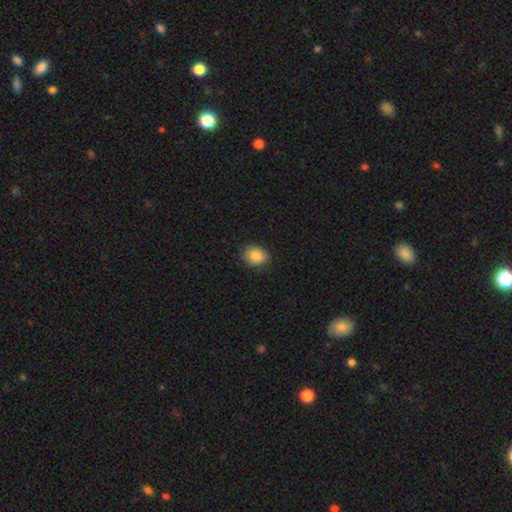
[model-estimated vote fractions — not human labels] smooth_or_featured: smooth (p=0.87) [alt: star or artifact p=0.08]
how_rounded: round (p=0.50) [alt: in between p=0.49]
merging: none (p=0.83) [alt: minor disturbance p=0.14]